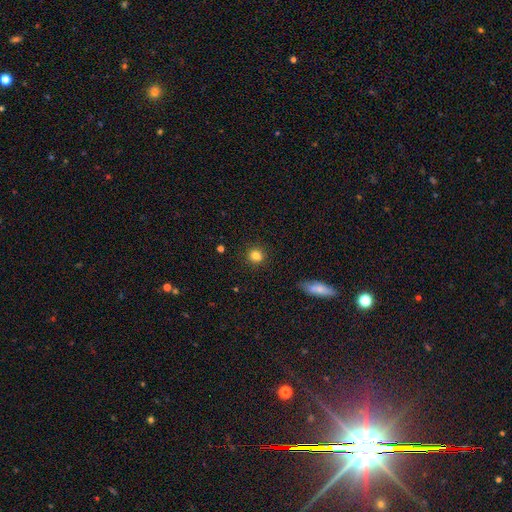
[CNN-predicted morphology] Smooth or featured? smooth (83%)
How rounded? round (89%)
Merging? none (90%)